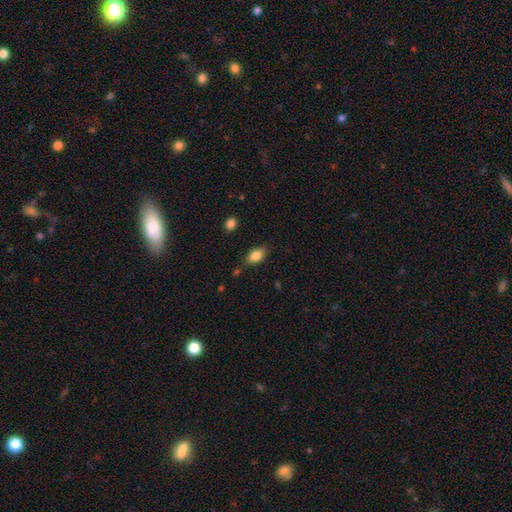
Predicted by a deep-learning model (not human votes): Smooth or featured: smooth — 84% (star or artifact — 8%)
How rounded: in between — 89% (round — 7%)
Merging: none — 78% (minor disturbance — 15%)